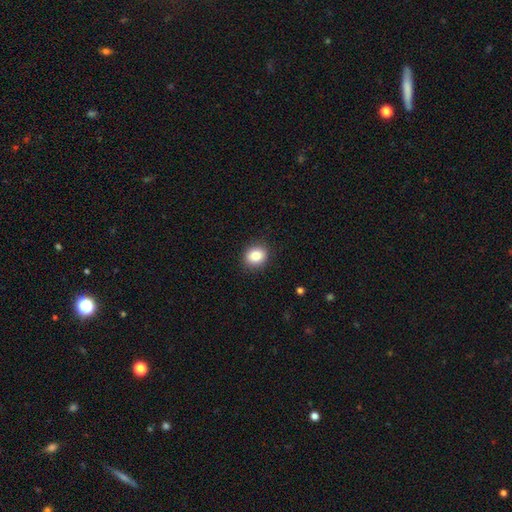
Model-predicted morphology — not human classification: The model was most divided on "how rounded": round: 69%, in between: 30%, cigar-shaped: 1%. More confident: merging — none (90%); smooth or featured — smooth (84%).